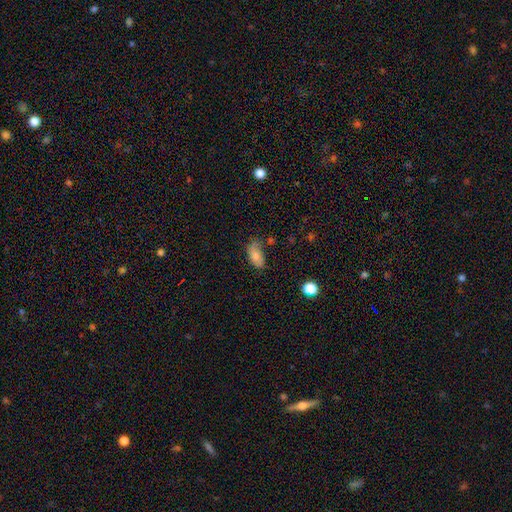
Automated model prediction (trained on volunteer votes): Smooth or featured? smooth (77%)
How rounded? in between (91%)
Merging? none (52%)